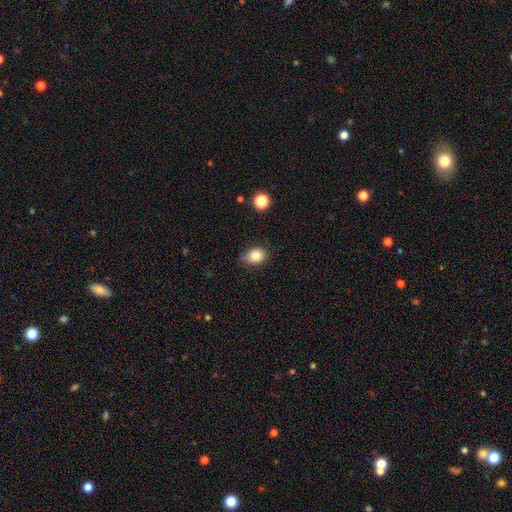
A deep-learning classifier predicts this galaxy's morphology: Smooth or featured? smooth (82%)
How rounded? in between (59%)
Merging? none (69%)